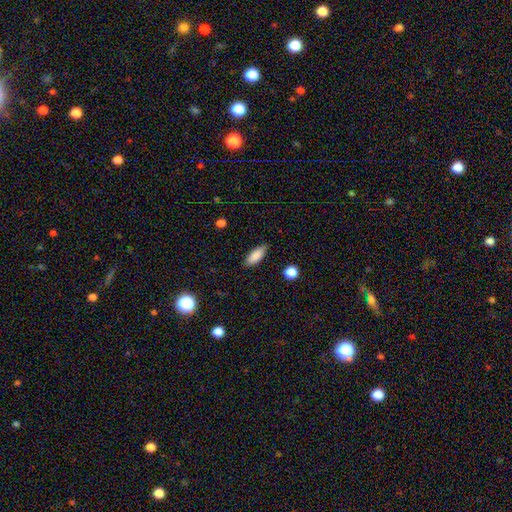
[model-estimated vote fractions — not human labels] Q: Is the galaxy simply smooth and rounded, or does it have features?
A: smooth — 86%.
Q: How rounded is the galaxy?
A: in between — 76%.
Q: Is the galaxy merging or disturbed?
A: none — 85%.